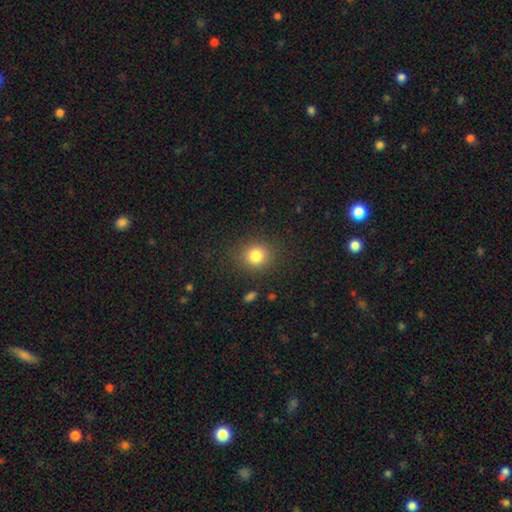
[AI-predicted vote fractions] A smooth galaxy with no disk features (82%) that is round (83%).

Vote fractions:
- Smooth or featured? smooth: 82% / star or artifact: 12% / featured or disk: 6%
- How rounded? round: 83% / in between: 16% / cigar-shaped: 1%
- Merging? none: 86% / minor disturbance: 9% / major disturbance: 4% / merger: 2%